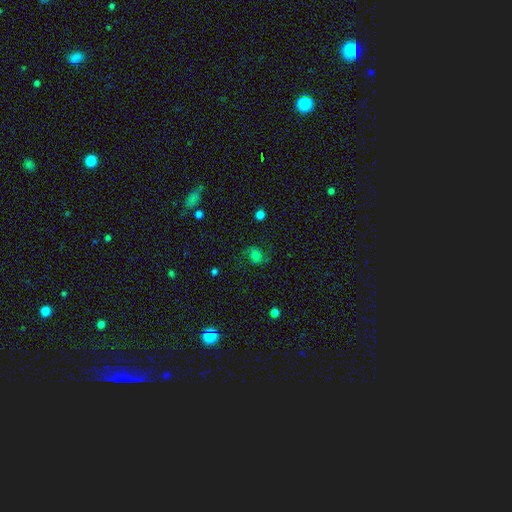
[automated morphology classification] Smooth or featured?
  - smooth: 49% *
  - featured or disk: 36%
  - star or artifact: 15%
Merging?
  - none: 69% *
  - minor disturbance: 19%
  - major disturbance: 11%
  - merger: 1%